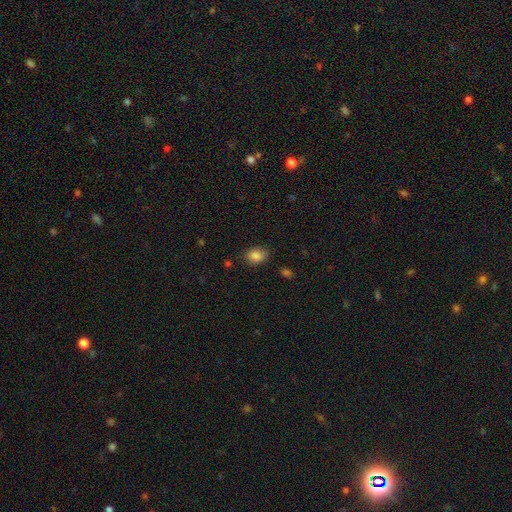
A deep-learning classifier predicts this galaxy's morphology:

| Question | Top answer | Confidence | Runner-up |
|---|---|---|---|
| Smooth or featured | smooth | 84% | star or artifact (10%) |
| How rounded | in between | 66% | round (33%) |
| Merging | none | 81% | minor disturbance (14%) |